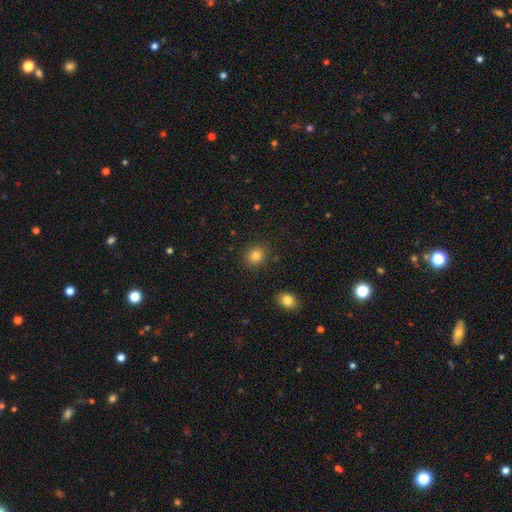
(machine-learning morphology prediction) Overall: smooth (83%). How rounded: round (78%). Merging: none (88%).